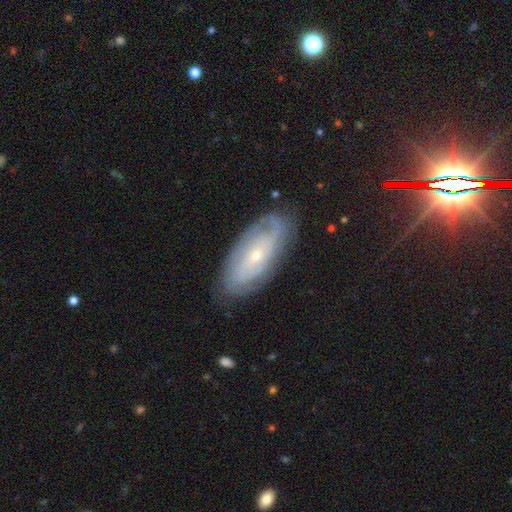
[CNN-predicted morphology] Overall: featured or disk (75%). Edge-on disk: no (90%). Bar: no (67%). Spiral arms: yes (86%). Spiral arm count: can't tell (49%; 2 27%). Spiral winding: tight (66%). Bulge size: small (75%). Merging: none (78%).